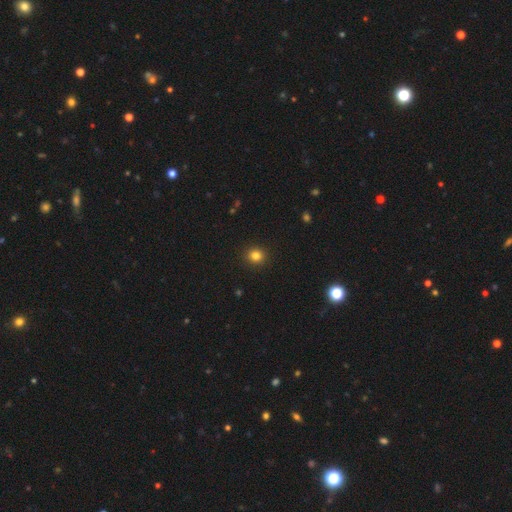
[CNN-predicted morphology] type=smooth (82%); roundness=round (88%); merging=none (92%).